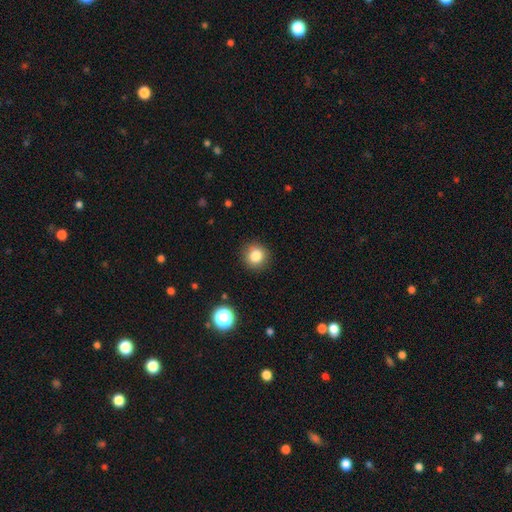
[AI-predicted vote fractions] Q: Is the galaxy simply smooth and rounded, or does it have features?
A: smooth — 83%.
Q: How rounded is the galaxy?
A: round — 91%.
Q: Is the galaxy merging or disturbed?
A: none — 90%.